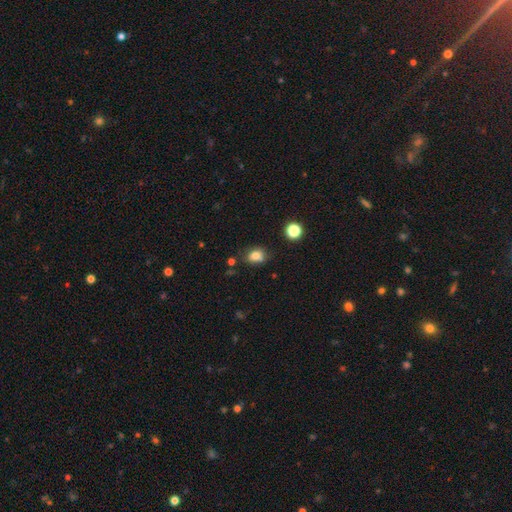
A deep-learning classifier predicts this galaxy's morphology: smooth-or-featured: smooth: 80% | star or artifact: 12% | featured or disk: 8%
  how-rounded: in between: 53% | round: 46% | cigar-shaped: 1%
  merging: none: 67% | minor disturbance: 21% | merger: 7% | major disturbance: 5%